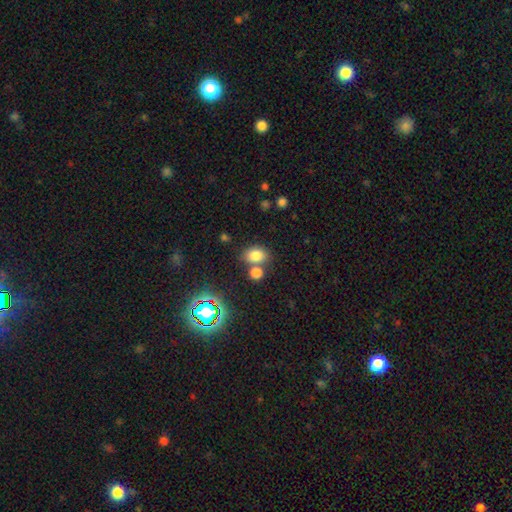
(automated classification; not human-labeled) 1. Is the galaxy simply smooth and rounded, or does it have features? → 78% smooth, 14% star or artifact, 7% featured or disk.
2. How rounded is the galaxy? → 62% in between, 36% round, 1% cigar-shaped.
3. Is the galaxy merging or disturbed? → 58% none, 26% merger, 11% minor disturbance, 4% major disturbance.